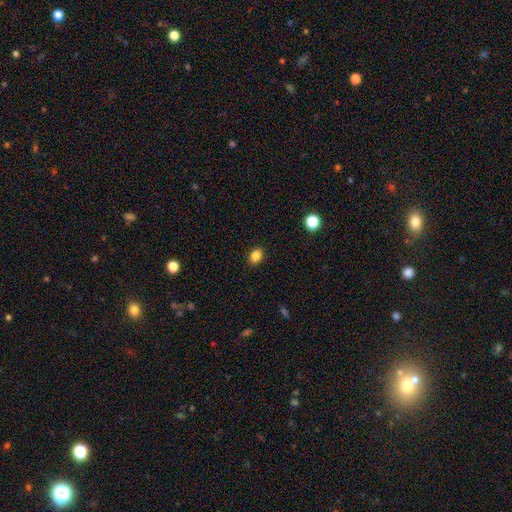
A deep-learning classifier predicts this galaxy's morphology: A smooth galaxy with no disk features (84%) that is in between round and cigar-shaped (59%).

Vote fractions:
- Smooth or featured? smooth: 84% / star or artifact: 11% / featured or disk: 5%
- How rounded? in between: 59% / round: 40% / cigar-shaped: 1%
- Merging? none: 89% / minor disturbance: 7% / major disturbance: 2% / merger: 1%